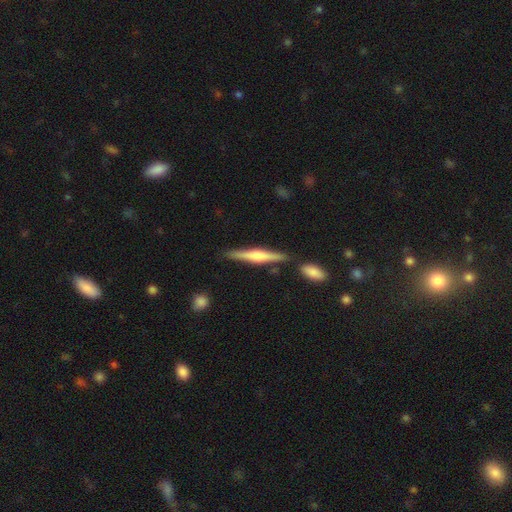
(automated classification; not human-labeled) This is likely a featured or disk galaxy (63%). It is clearly viewed edge-on (97%). Edge-on bulge: likely rounded (72%). Merging: clearly none (81%).